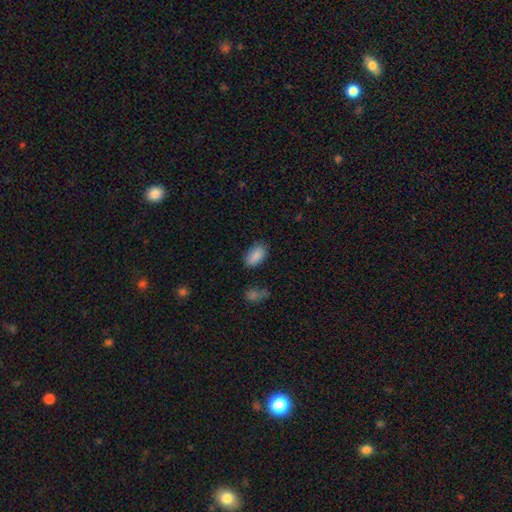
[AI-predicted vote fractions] A smooth galaxy with no disk features (88%) that is in between round and cigar-shaped (93%). Merging: none (77%).